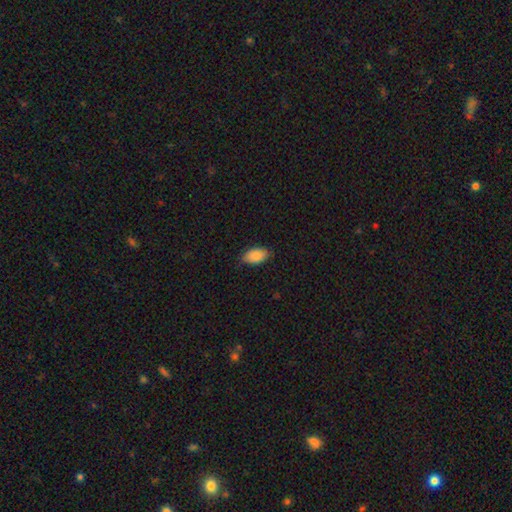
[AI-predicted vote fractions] The model was most divided on "merging": none: 80%, minor disturbance: 16%, major disturbance: 3%, merger: 1%. More confident: how rounded — in between (94%); smooth or featured — smooth (88%).